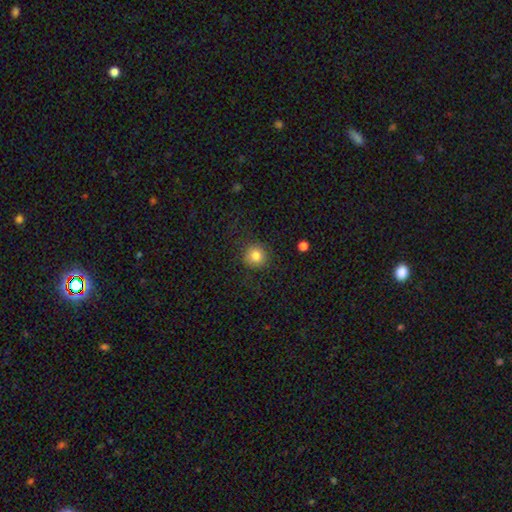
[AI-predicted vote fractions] Q: Smooth or featured?
A: smooth (82%); runner-up: star or artifact (11%)
Q: How rounded?
A: round (93%); runner-up: in between (6%)
Q: Merging?
A: none (88%); runner-up: minor disturbance (8%)